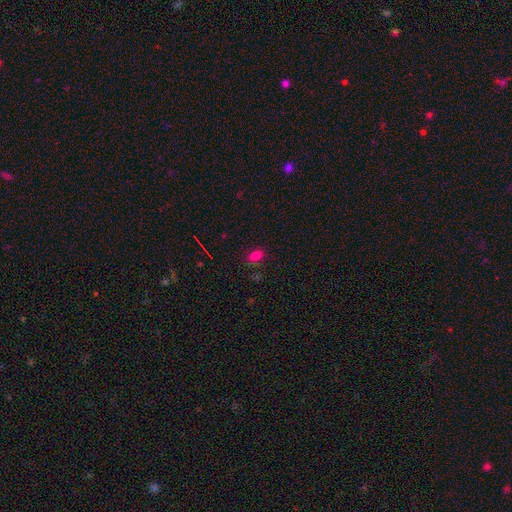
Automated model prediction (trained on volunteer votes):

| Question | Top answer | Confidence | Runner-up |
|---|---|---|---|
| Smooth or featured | smooth | 76% | star or artifact (17%) |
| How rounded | in between | 78% | round (20%) |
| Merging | none | 81% | minor disturbance (13%) |